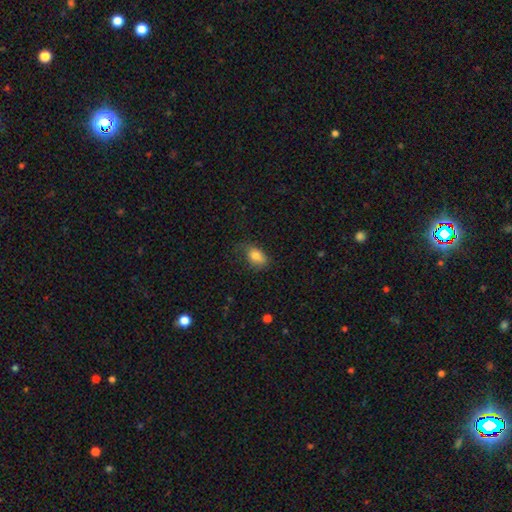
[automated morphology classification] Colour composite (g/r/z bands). It shows a smooth galaxy with no disk features (80%) that is in between round and cigar-shaped (85%). Merging: none (58%).